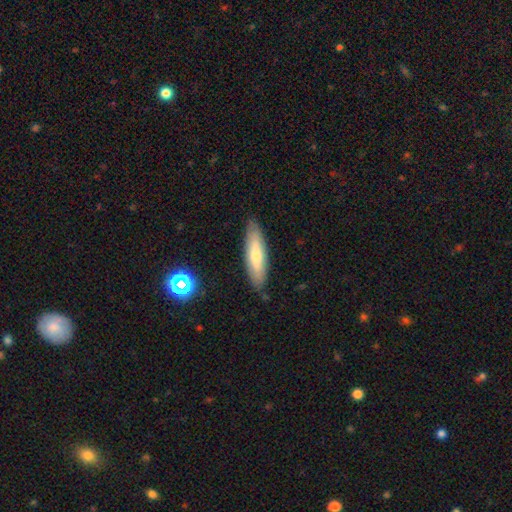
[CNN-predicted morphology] This appears to be a smooth galaxy with no disk features (58%) that is cigar-shaped (72%). Merging: none (86%).